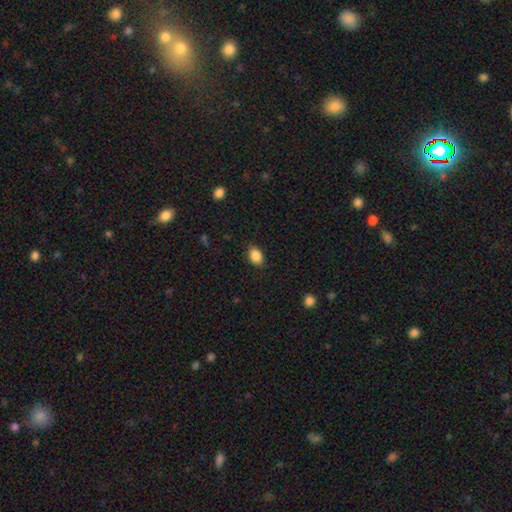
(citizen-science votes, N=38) Smooth or featured? 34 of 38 (89%) said smooth. How rounded? 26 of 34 (76%) said in between. Merging? 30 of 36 (83%) said none.